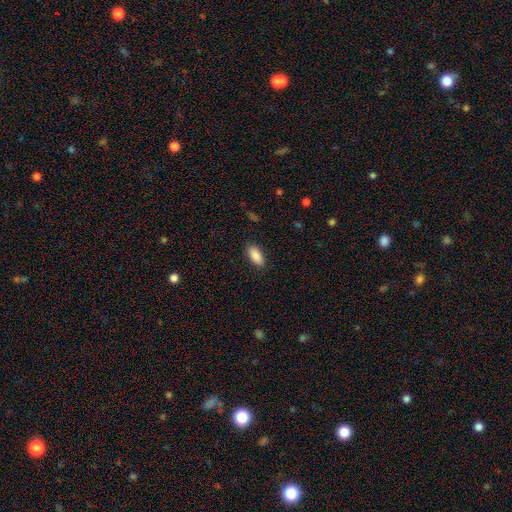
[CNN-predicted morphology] A smooth galaxy with no disk features (89%) that is in between round and cigar-shaped (90%). Merging: none (88%).